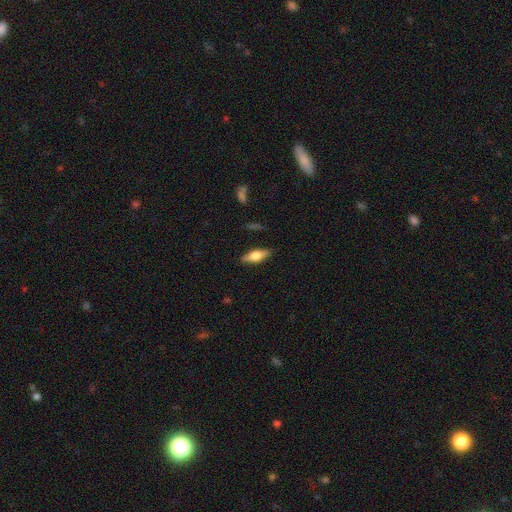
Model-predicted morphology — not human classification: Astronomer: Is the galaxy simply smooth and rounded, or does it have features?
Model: smooth — 51% (runner-up: featured or disk, 42%).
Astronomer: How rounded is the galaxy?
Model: in between — 59% (runner-up: cigar-shaped, 38%).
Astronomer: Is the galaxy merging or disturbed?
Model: none — 86%.